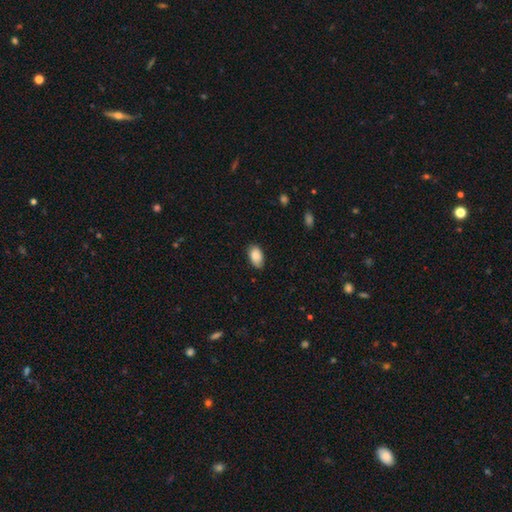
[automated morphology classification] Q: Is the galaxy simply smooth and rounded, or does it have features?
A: smooth — 88%.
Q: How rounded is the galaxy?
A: in between — 93%.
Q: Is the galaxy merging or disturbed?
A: none — 78%.